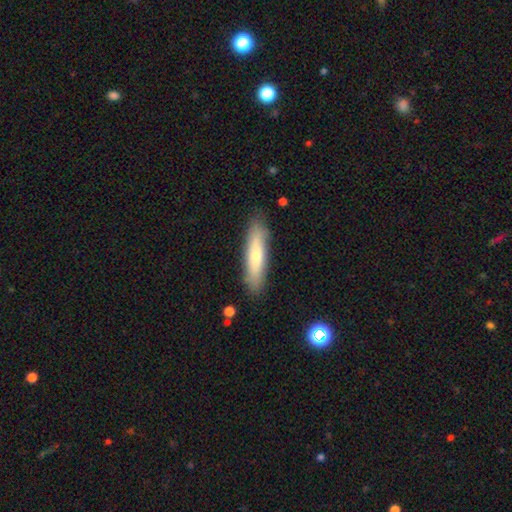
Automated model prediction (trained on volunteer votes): Morphology: type=smooth (66%); roundness=cigar-shaped (78%); merging=none (86%).